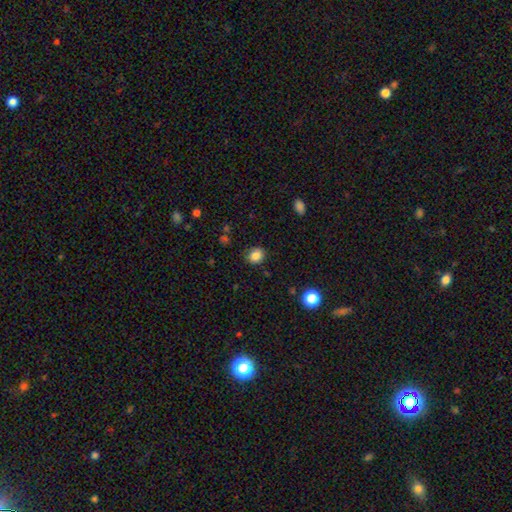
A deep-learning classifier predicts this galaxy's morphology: Smooth or featured? Predicted: smooth (p=0.85). How rounded? Predicted: round (p=0.64). Merging? Predicted: none (p=0.85).